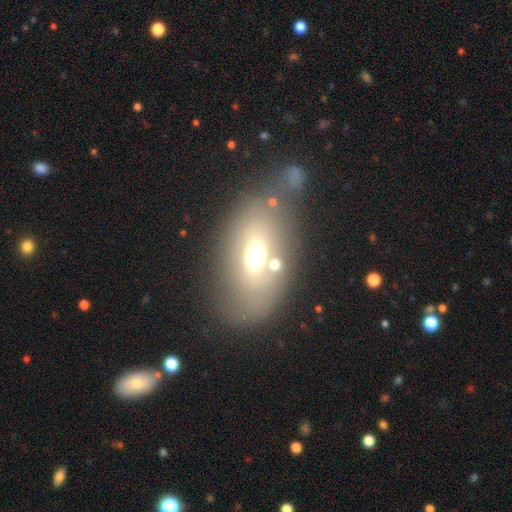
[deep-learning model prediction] Smooth or featured: smooth — 53% (featured or disk — 31%)
How rounded: in between — 81% (round — 16%)
Merging: none — 51% (merger — 17%)